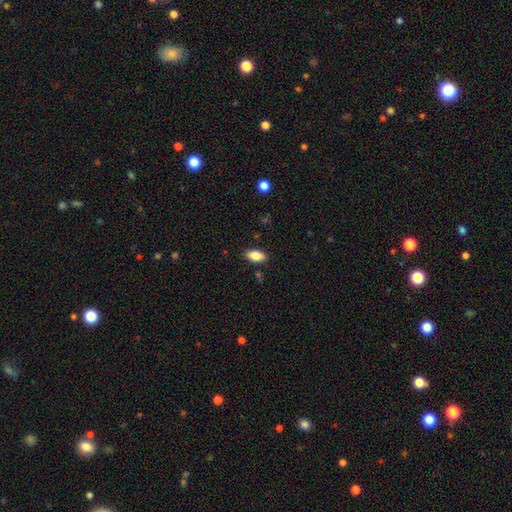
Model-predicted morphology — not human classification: Smooth or featured? Predicted: smooth (p=0.83). How rounded? Predicted: in between (p=0.90). Merging? Predicted: none (p=0.86).